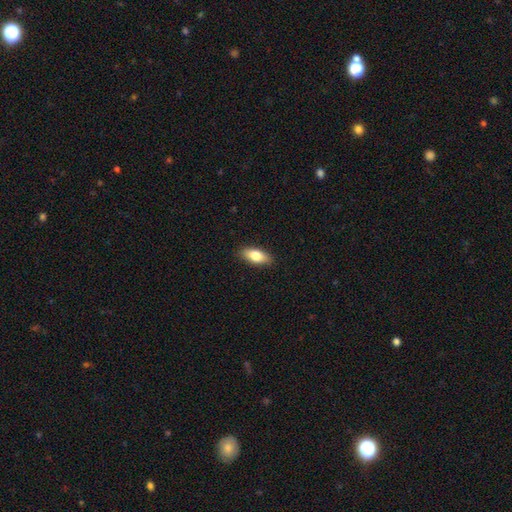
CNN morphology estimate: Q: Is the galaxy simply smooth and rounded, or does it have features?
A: smooth — 79%.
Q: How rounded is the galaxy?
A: in between — 83%.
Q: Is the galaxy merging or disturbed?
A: none — 89%.